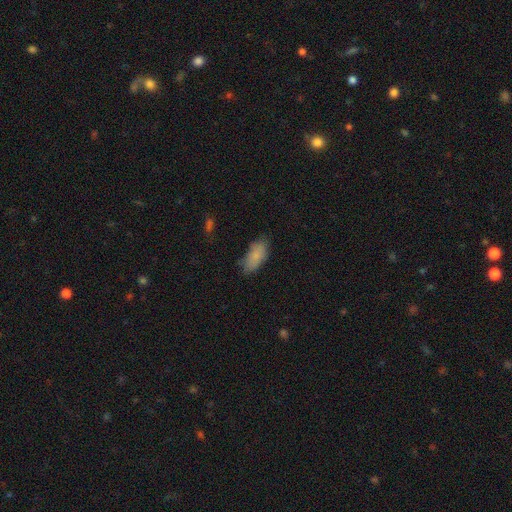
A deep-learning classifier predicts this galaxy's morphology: smooth-or-featured: smooth: 83% | featured or disk: 10% | star or artifact: 7%
  how-rounded: in between: 89% | cigar-shaped: 9% | round: 3%
  merging: none: 70% | minor disturbance: 23% | major disturbance: 5% | merger: 2%